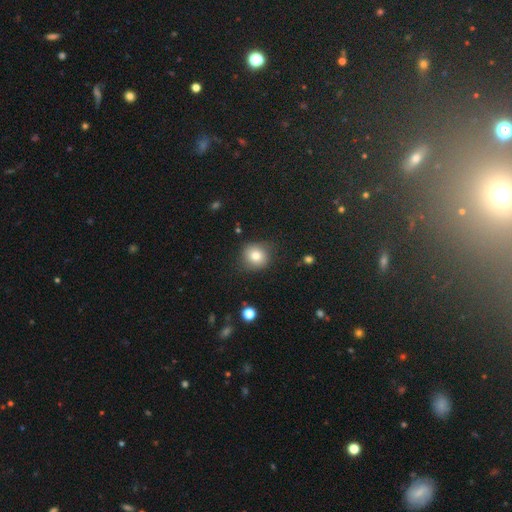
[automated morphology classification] Smooth or featured? smooth (80%)
How rounded? round (86%)
Merging? none (80%)